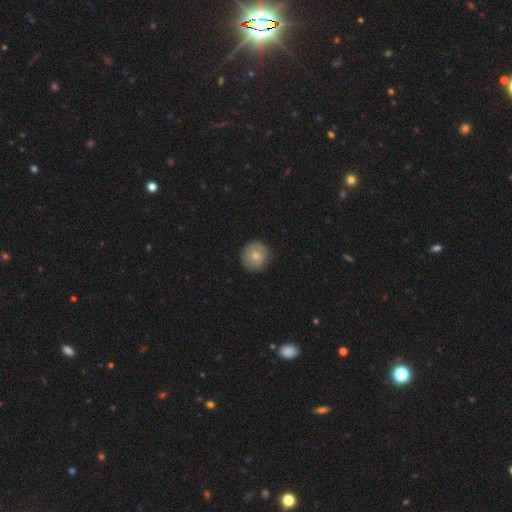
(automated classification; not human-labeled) Q: Smooth or featured?
A: smooth (76%); runner-up: featured or disk (17%)
Q: How rounded?
A: round (94%); runner-up: in between (5%)
Q: Merging?
A: none (86%); runner-up: minor disturbance (10%)